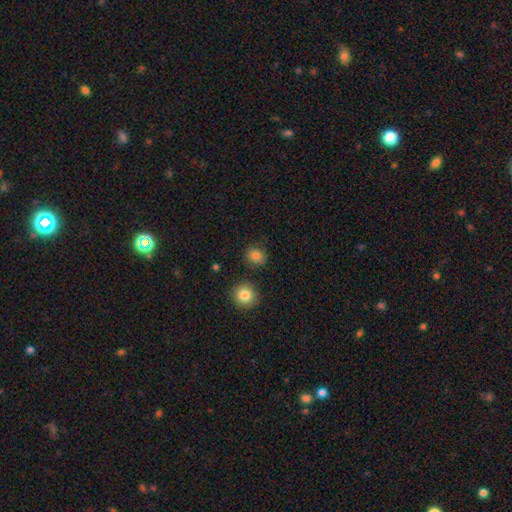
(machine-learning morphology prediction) Smooth or featured?
  - smooth: 81% *
  - star or artifact: 12%
  - featured or disk: 6%
How rounded?
  - round: 81% *
  - in between: 18%
  - cigar-shaped: 1%
Merging?
  - none: 83% *
  - minor disturbance: 11%
  - merger: 3%
  - major disturbance: 3%